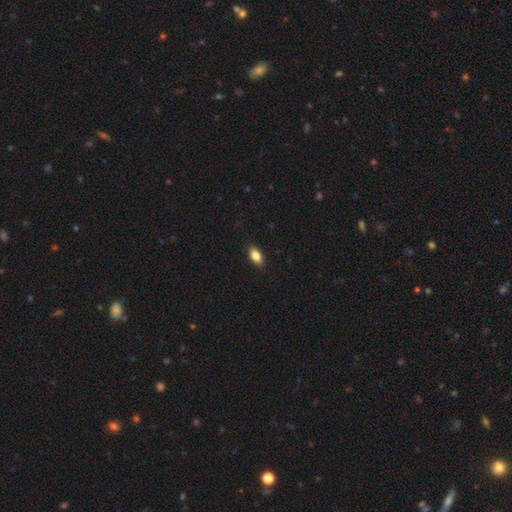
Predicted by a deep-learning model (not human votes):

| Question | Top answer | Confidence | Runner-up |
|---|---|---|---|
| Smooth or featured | smooth | 84% | featured or disk (9%) |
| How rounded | in between | 89% | round (5%) |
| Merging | none | 89% | minor disturbance (9%) |